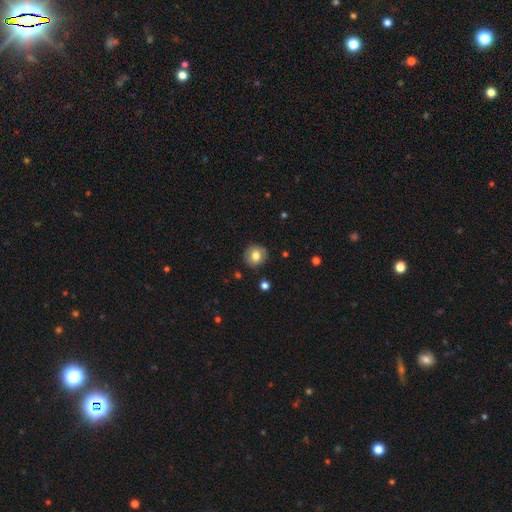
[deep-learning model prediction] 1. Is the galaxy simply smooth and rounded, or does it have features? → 78% smooth, 13% featured or disk, 9% star or artifact.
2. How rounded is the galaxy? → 86% round, 13% in between, 1% cigar-shaped.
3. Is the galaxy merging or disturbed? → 87% none, 9% minor disturbance, 2% major disturbance, 1% merger.